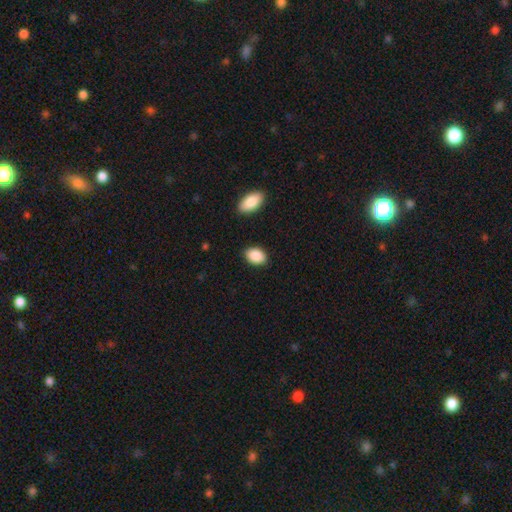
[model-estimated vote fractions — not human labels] smooth-or-featured: smooth: 89% | star or artifact: 7% | featured or disk: 4%
  how-rounded: in between: 81% | round: 18% | cigar-shaped: 1%
  merging: none: 86% | minor disturbance: 9% | major disturbance: 2% | merger: 2%